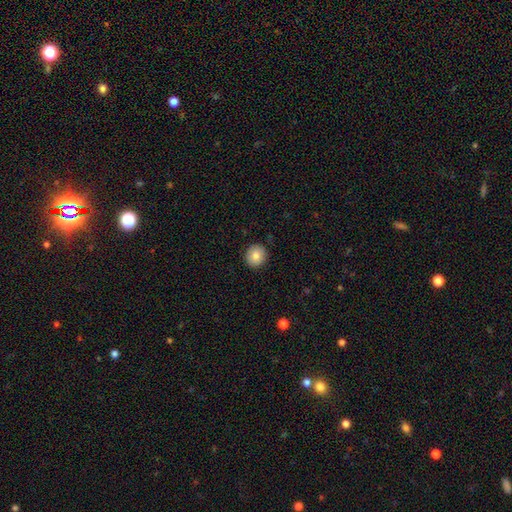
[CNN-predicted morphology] The model was most divided on "smooth or featured": smooth: 82%, featured or disk: 10%, star or artifact: 8%. More confident: merging — none (91%); how rounded — round (88%).